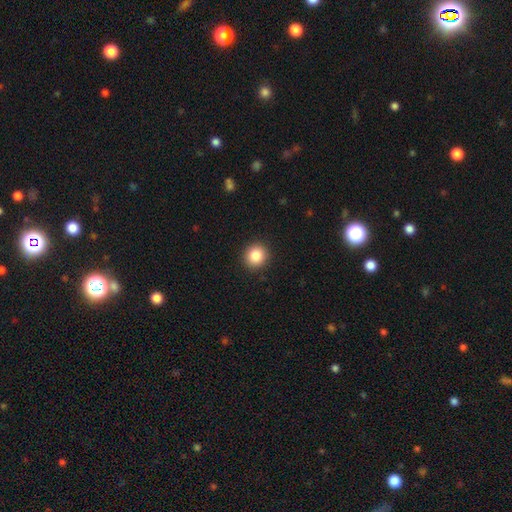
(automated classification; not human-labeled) A smooth galaxy with no disk features (85%) that is round (89%).

Vote fractions:
- Smooth or featured? smooth: 85% / star or artifact: 9% / featured or disk: 5%
- How rounded? round: 89% / in between: 10% / cigar-shaped: 1%
- Merging? none: 92% / minor disturbance: 5% / major disturbance: 2% / merger: 1%